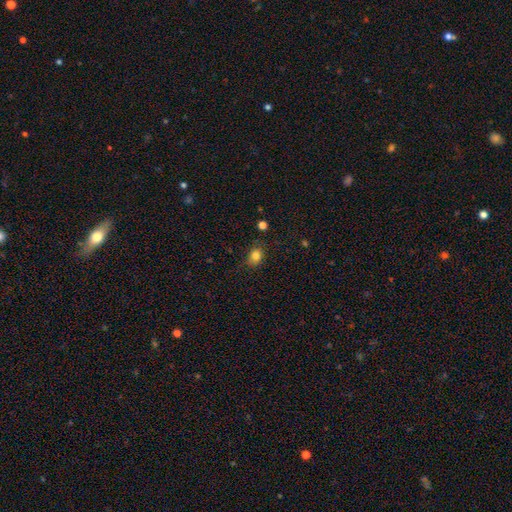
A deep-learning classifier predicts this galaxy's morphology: This is clearly a smooth galaxy (82%). How rounded: possibly round (51%). Merging: likely none (78%).